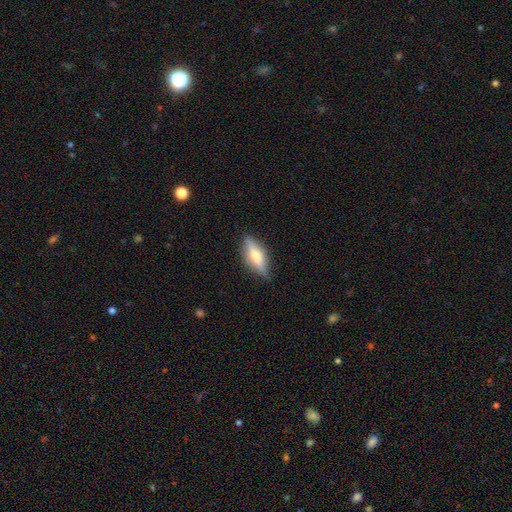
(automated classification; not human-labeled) A featured or disk galaxy (47%). Merging: none (82%).